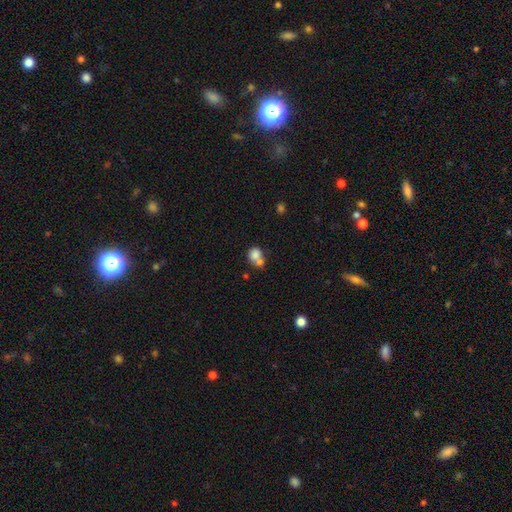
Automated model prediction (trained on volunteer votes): This is likely a smooth galaxy (79%). How rounded: likely round (75%). Merging: possibly merger (51%).